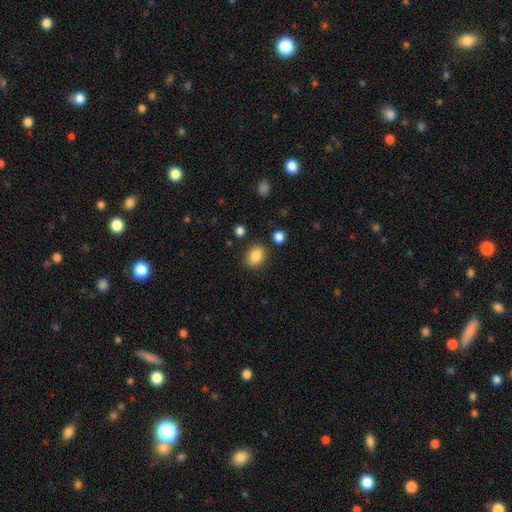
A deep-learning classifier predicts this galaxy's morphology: smooth-or-featured: smooth: 86% | star or artifact: 9% | featured or disk: 5%
  how-rounded: in between: 54% | round: 45% | cigar-shaped: 1%
  merging: none: 83% | minor disturbance: 11% | major disturbance: 3% | merger: 3%